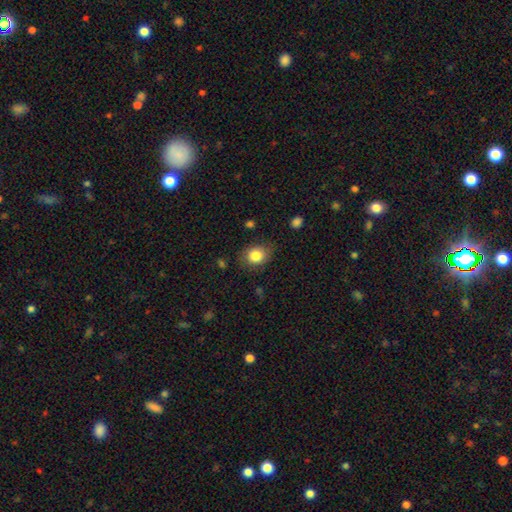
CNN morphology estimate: A smooth galaxy with no disk features (84%) that is round (54%). Merging: none (78%).